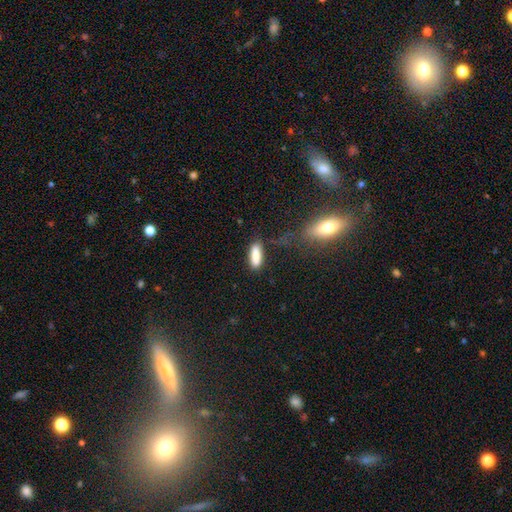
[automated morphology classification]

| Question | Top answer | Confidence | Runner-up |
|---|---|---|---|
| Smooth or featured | smooth | 86% | star or artifact (7%) |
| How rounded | in between | 61% | cigar-shaped (37%) |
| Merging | none | 71% | minor disturbance (18%) |